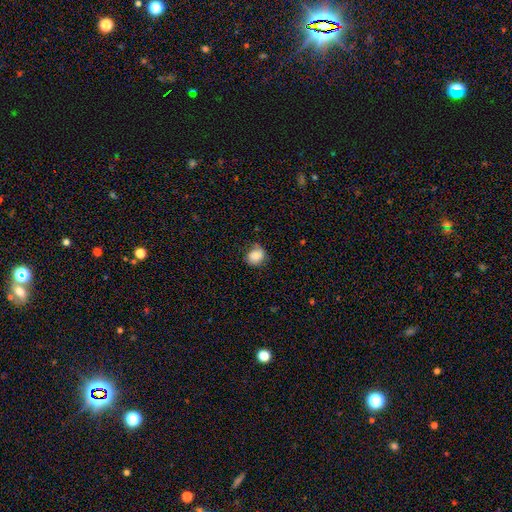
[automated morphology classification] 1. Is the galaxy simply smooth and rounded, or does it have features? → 74% smooth, 17% featured or disk, 9% star or artifact.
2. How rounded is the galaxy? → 70% round, 29% in between, 1% cigar-shaped.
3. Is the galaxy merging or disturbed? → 60% none, 29% minor disturbance, 9% major disturbance, 2% merger.